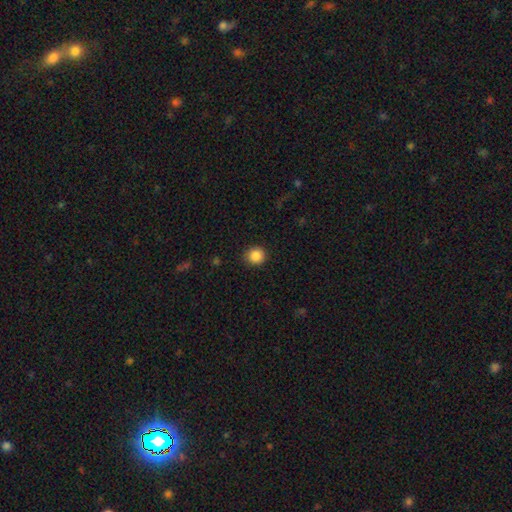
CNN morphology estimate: A smooth galaxy with no disk features (87%) that is round (90%). Merging: none (90%).